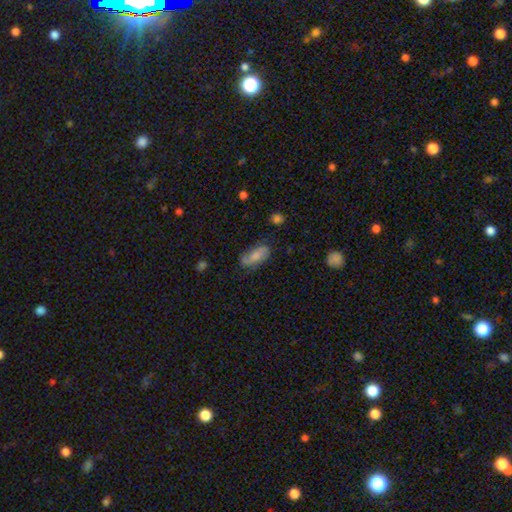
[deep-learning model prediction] The model was most divided on "smooth or featured": smooth: 65%, featured or disk: 28%, star or artifact: 7%. More confident: how rounded — in between (87%); merging — none (67%).